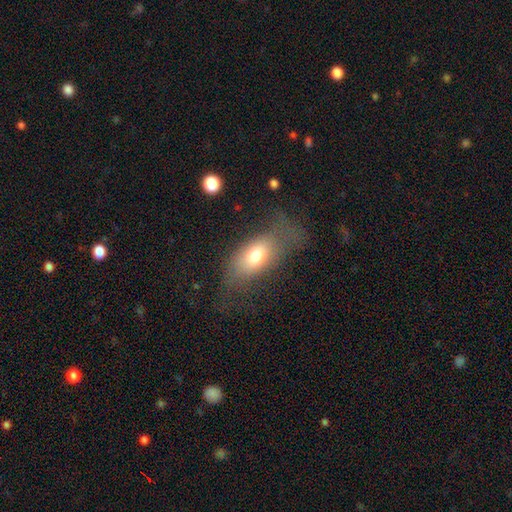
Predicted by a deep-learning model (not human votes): Morphology: type=smooth (68%); roundness=in between (84%); merging=none (46%).